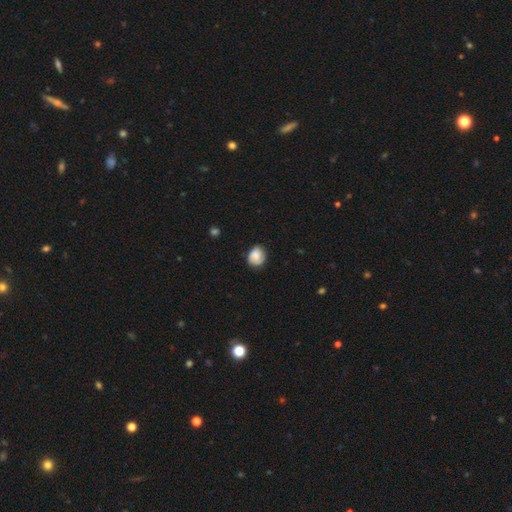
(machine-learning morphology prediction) This appears to be a smooth galaxy with no disk features (70%) that is round (64%). Merging: none (72%).